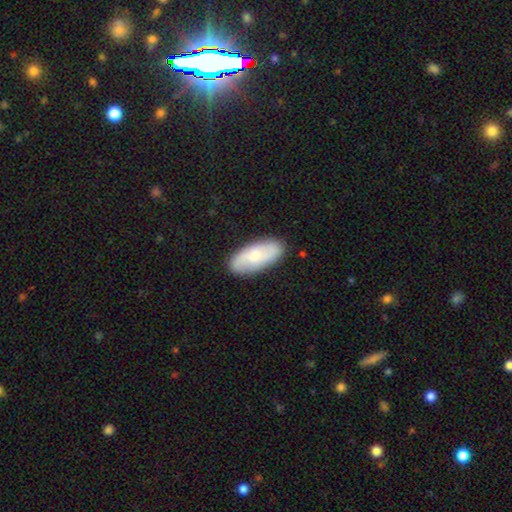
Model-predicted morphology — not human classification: A smooth galaxy with no disk features (65%) that is in between round and cigar-shaped (86%). Merging: none (86%).